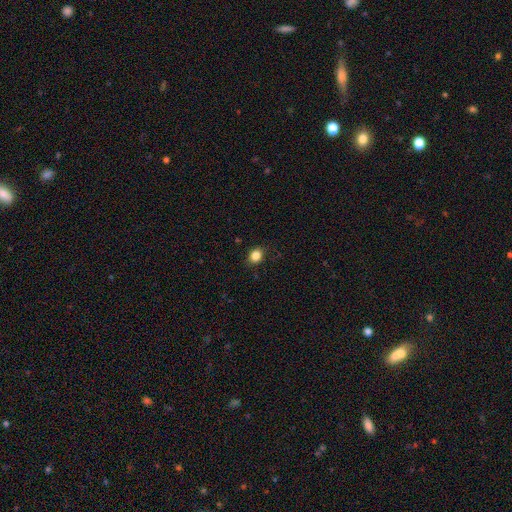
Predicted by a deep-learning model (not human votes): The model was most divided on "how rounded": round: 59%, in between: 40%, cigar-shaped: 1%. More confident: merging — none (85%); smooth or featured — smooth (84%).